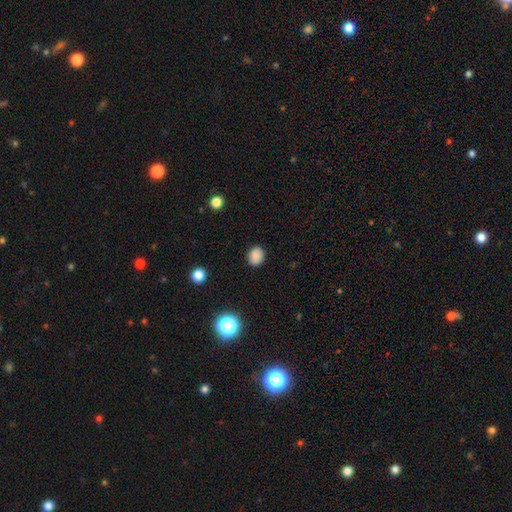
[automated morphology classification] Smooth or featured? Predicted: smooth (p=0.85). How rounded? Predicted: round (p=0.54). Merging? Predicted: none (p=0.87).